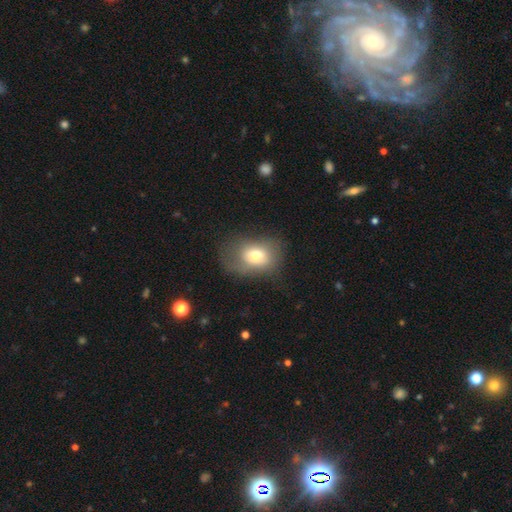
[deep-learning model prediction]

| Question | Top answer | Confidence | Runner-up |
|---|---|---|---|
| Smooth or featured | smooth | 71% | featured or disk (19%) |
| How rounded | in between | 65% | round (34%) |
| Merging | none | 49% | minor disturbance (29%) |